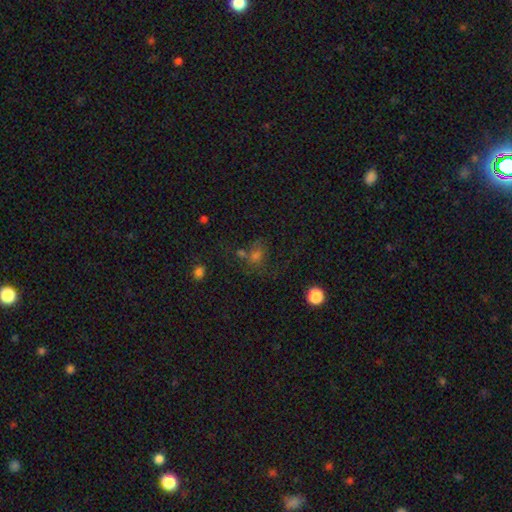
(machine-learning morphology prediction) A smooth galaxy with no disk features (55%) that is round (56%). Merging: none (44%).